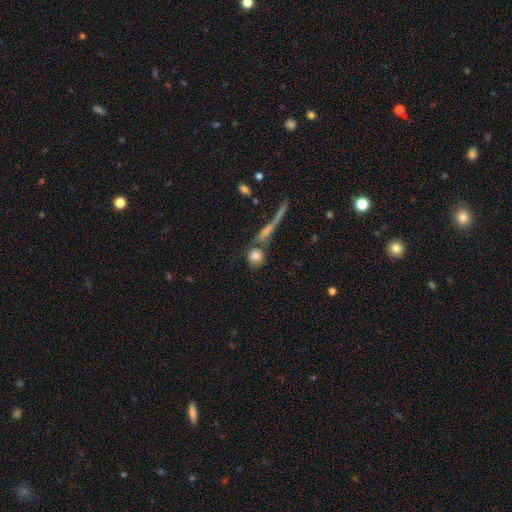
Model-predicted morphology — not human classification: Q: Smooth or featured?
A: smooth (78%); runner-up: featured or disk (13%)
Q: How rounded?
A: round (80%); runner-up: in between (14%)
Q: Merging?
A: none (66%); runner-up: merger (19%)